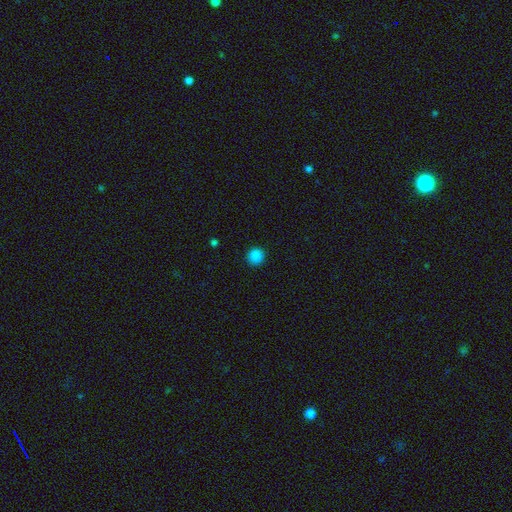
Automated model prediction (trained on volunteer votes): This appears to be a smooth galaxy with no disk features (86%) that is round (94%). Merging: none (92%).